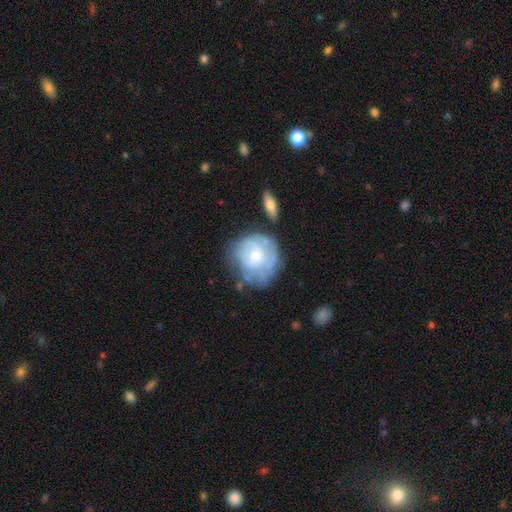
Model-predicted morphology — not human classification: Smooth or featured?
  - featured or disk: 50% *
  - smooth: 43%
  - star or artifact: 7%
Edge-on disk?
  - no: 97% *
  - yes: 3%
Merging?
  - none: 54% *
  - minor disturbance: 25%
  - major disturbance: 14%
  - merger: 7%